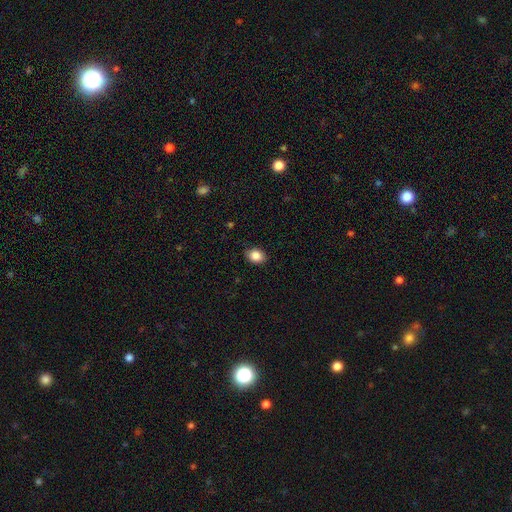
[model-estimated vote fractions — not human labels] smooth_or_featured: smooth (p=0.86) [alt: star or artifact p=0.09]
how_rounded: in between (p=0.60) [alt: round p=0.39]
merging: none (p=0.85) [alt: minor disturbance p=0.12]